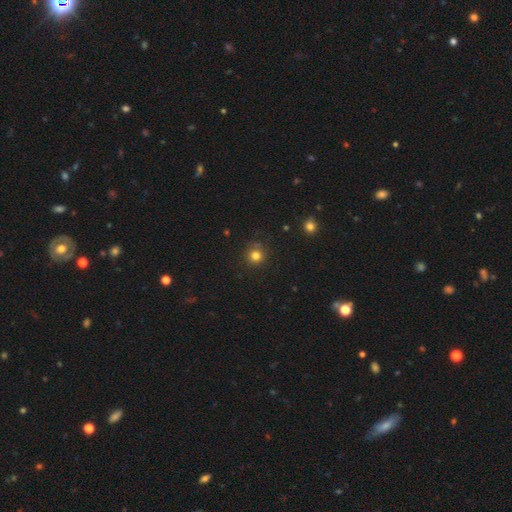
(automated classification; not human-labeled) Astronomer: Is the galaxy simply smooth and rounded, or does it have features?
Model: smooth — 79%.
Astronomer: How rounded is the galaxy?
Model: round — 93%.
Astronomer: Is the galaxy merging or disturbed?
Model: none — 85%.